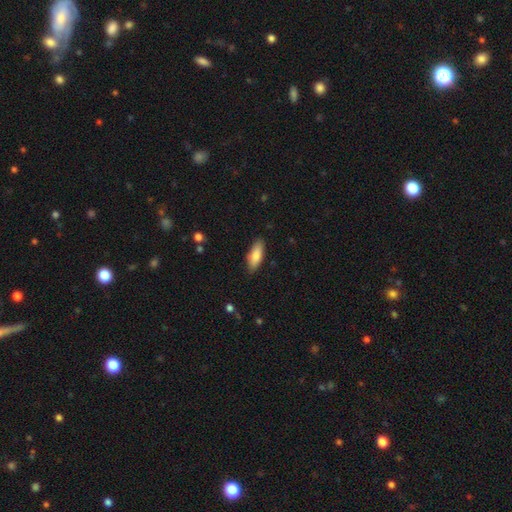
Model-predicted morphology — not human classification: Q: Smooth or featured?
A: smooth (83%); runner-up: featured or disk (11%)
Q: How rounded?
A: in between (70%); runner-up: cigar-shaped (29%)
Q: Merging?
A: none (85%); runner-up: minor disturbance (12%)